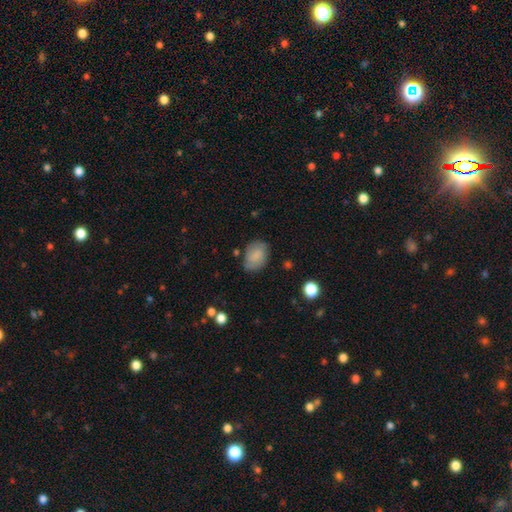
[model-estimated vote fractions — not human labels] A smooth galaxy with no disk features (72%) that is in between round and cigar-shaped (74%). Merging: none (71%).